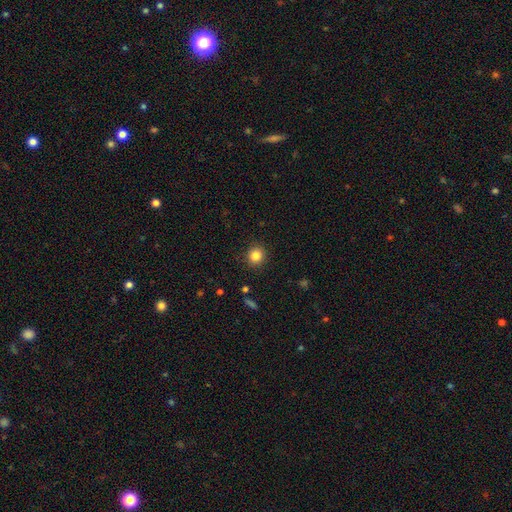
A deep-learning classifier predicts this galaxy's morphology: smooth 83%, star or artifact 11%, featured or disk 5%. Down the decision tree: how rounded — round (90%); merging — none (90%).